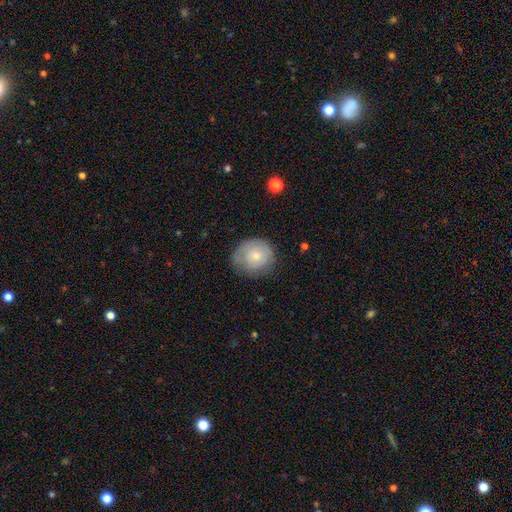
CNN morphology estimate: This is likely a smooth galaxy (61%). How rounded: clearly round (82%). Merging: likely none (64%).